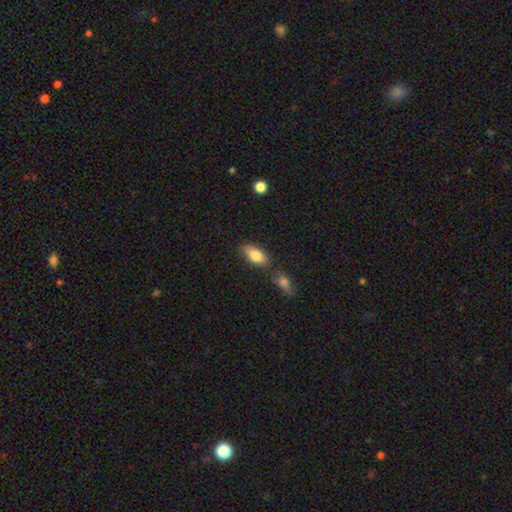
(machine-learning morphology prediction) smooth-or-featured: smooth: 80% | featured or disk: 13% | star or artifact: 7%
  how-rounded: in between: 87% | cigar-shaped: 9% | round: 4%
  merging: none: 71% | minor disturbance: 14% | merger: 11% | major disturbance: 4%